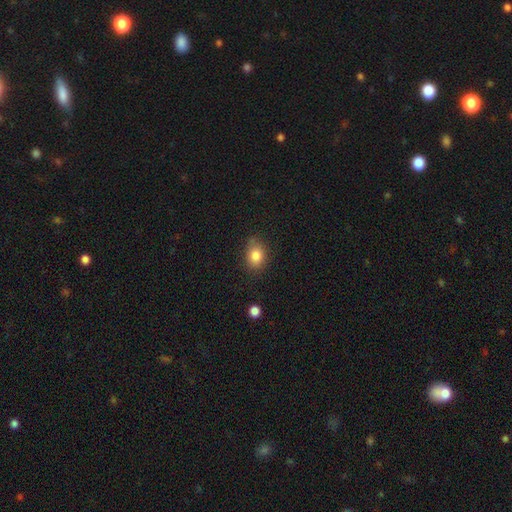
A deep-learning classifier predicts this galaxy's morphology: A smooth galaxy with no disk features (83%) that is in between round and cigar-shaped (57%).

Vote fractions:
- Smooth or featured? smooth: 83% / star or artifact: 10% / featured or disk: 7%
- How rounded? in between: 57% / round: 42% / cigar-shaped: 1%
- Merging? none: 75% / minor disturbance: 19% / major disturbance: 4% / merger: 2%